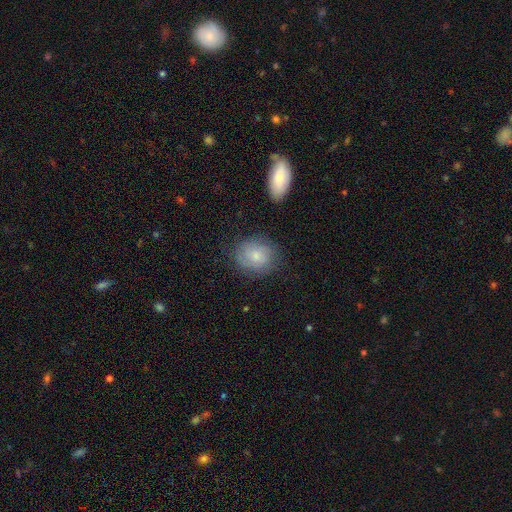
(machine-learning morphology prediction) Smooth or featured: smooth — 71% (featured or disk — 21%)
How rounded: round — 67% (in between — 32%)
Merging: none — 74% (minor disturbance — 18%)